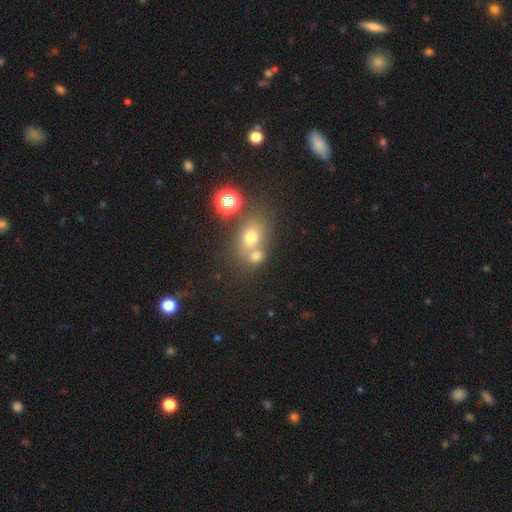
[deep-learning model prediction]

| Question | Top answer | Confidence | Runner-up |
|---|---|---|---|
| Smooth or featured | smooth | 67% | star or artifact (20%) |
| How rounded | round | 56% | in between (43%) |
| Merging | merger | 44% | none (43%) |